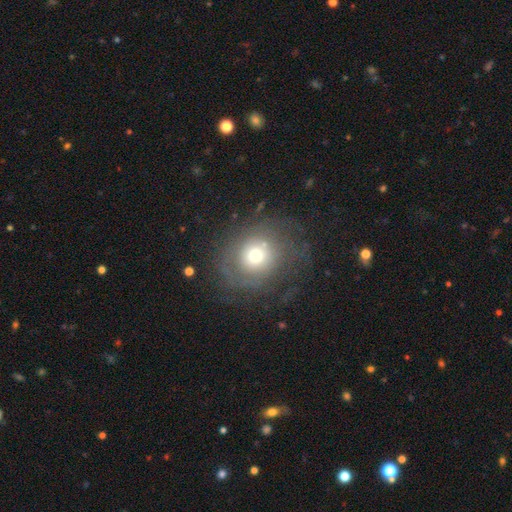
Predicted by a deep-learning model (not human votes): smooth-or-featured: smooth: 52% | featured or disk: 35% | star or artifact: 13%
  how-rounded: round: 74% | in between: 25% | cigar-shaped: 1%
  merging: none: 60% | major disturbance: 20% | minor disturbance: 18% | merger: 3%